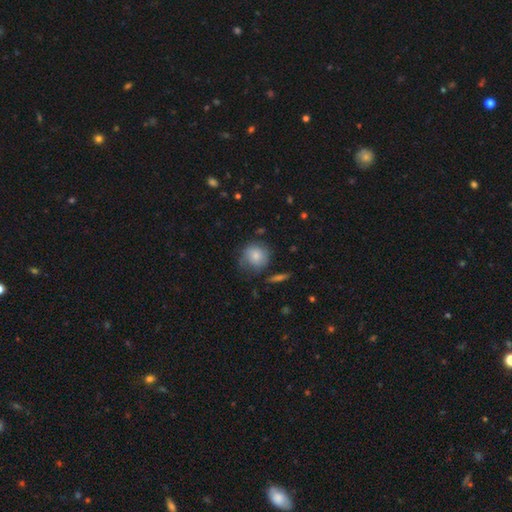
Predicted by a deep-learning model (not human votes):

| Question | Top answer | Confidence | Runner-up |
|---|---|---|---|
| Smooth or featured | smooth | 75% | featured or disk (17%) |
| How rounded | round | 85% | in between (14%) |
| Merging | none | 56% | minor disturbance (28%) |